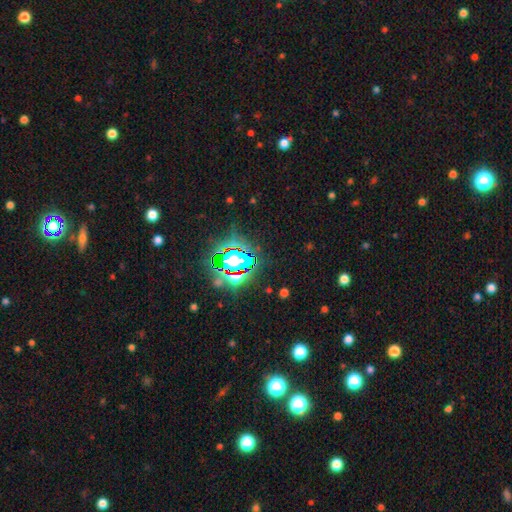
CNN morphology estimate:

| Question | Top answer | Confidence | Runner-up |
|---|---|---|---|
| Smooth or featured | star or artifact | 85% | smooth (9%) |